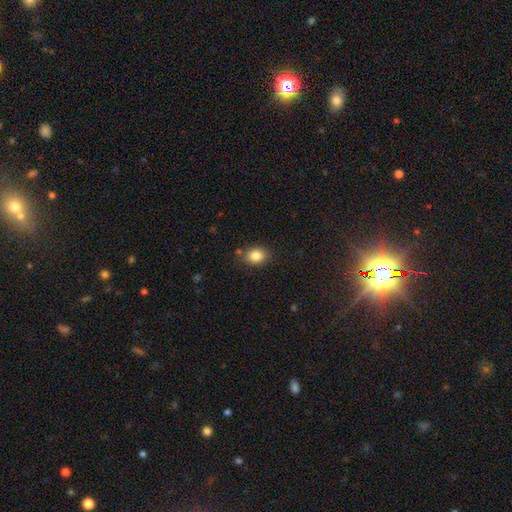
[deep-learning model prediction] This is clearly a smooth galaxy (84%). How rounded: possibly in between (59%). Merging: clearly none (82%).